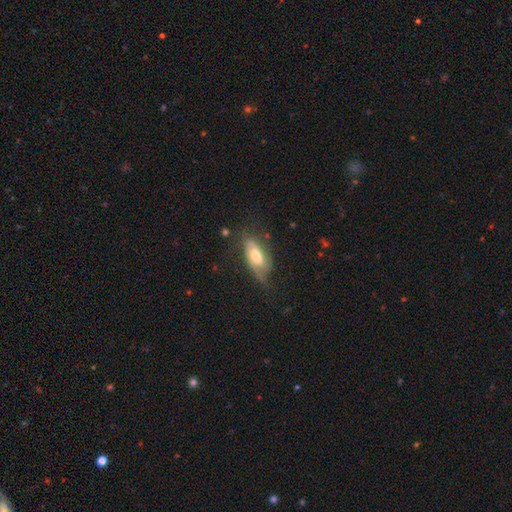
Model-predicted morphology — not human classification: Smooth or featured? Predicted: featured or disk (p=0.50). Edge-on disk? Predicted: no (p=0.80). Merging? Predicted: none (p=0.54).